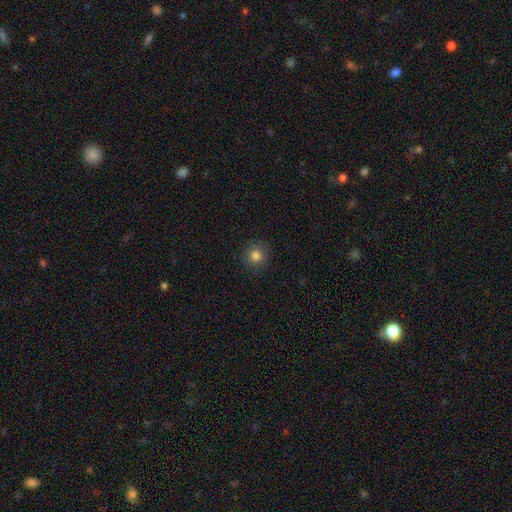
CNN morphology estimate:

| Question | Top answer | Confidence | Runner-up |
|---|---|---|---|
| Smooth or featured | smooth | 82% | star or artifact (12%) |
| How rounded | round | 92% | in between (7%) |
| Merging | none | 90% | minor disturbance (7%) |